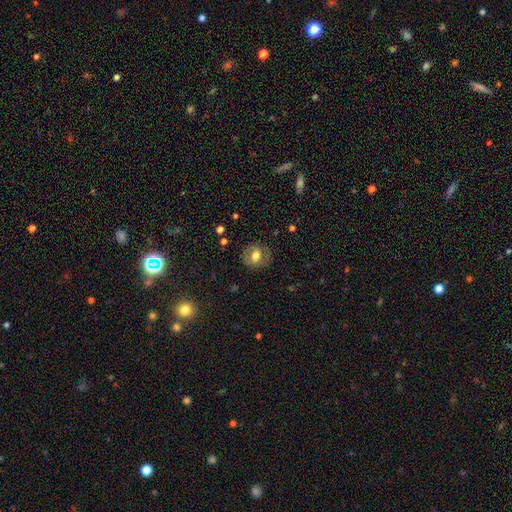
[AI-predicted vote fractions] This appears to be a smooth galaxy with no disk features (63%) that is round (77%). Merging: none (83%).